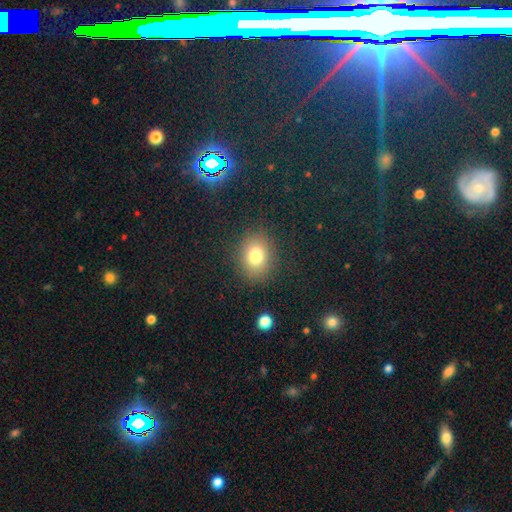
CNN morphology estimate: A smooth galaxy with no disk features (77%) that is round (60%). Merging: none (86%).